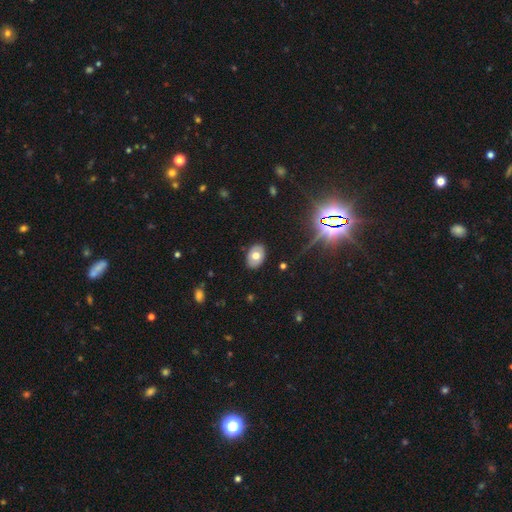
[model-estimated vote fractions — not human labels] smooth-or-featured: smooth: 67% | featured or disk: 23% | star or artifact: 11%
  how-rounded: in between: 81% | round: 18% | cigar-shaped: 1%
  merging: none: 87% | minor disturbance: 10% | major disturbance: 2% | merger: 1%